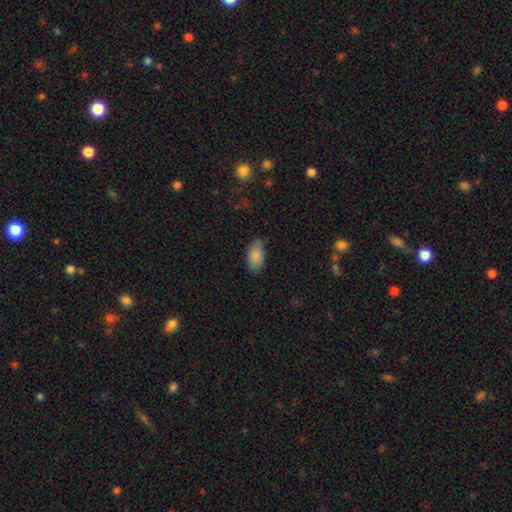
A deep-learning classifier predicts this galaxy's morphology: smooth 86%, star or artifact 7%, featured or disk 7%. Down the decision tree: how rounded — in between (94%); merging — none (70%).